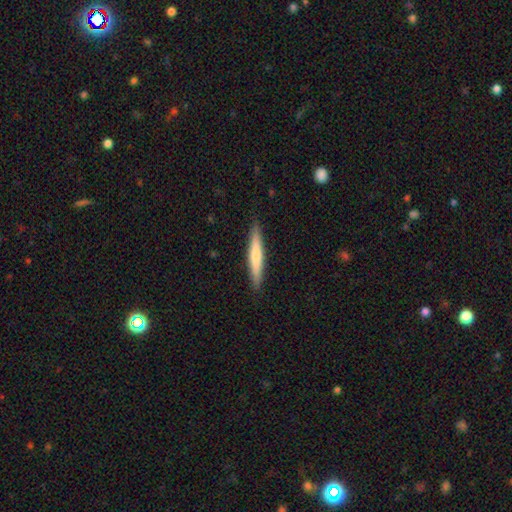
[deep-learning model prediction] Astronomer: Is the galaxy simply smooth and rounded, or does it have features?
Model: smooth — 61%.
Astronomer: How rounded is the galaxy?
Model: cigar-shaped — 93%.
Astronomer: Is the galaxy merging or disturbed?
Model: none — 90%.